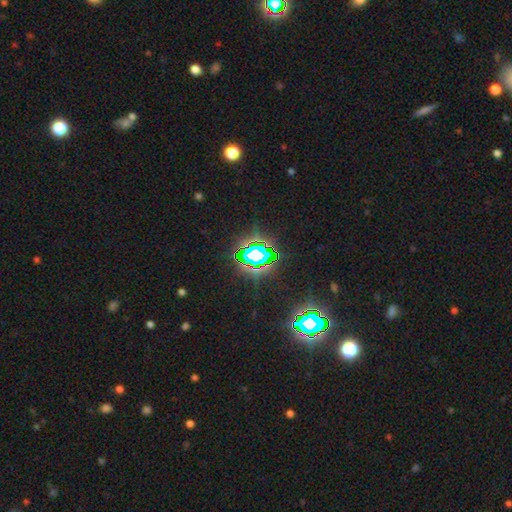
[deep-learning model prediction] Smooth or featured? star or artifact (77%)